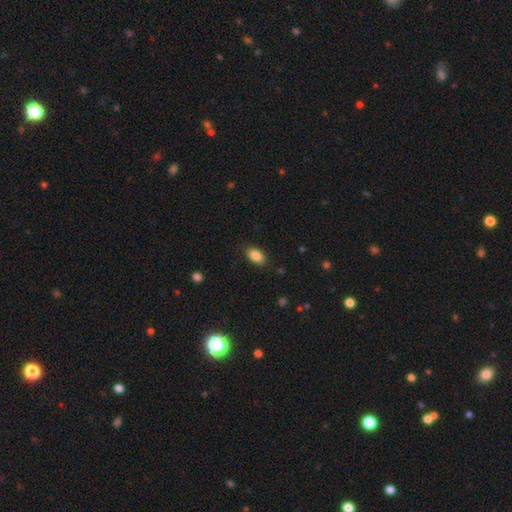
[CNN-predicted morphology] smooth_or_featured: smooth (p=0.86) [alt: star or artifact p=0.08]
how_rounded: in between (p=0.90) [alt: round p=0.08]
merging: none (p=0.86) [alt: minor disturbance p=0.11]